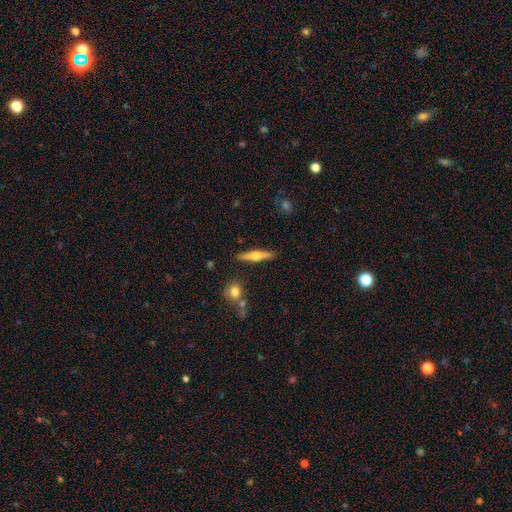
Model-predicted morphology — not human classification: The model was most divided on "smooth or featured": featured or disk: 57%, smooth: 37%, star or artifact: 6%. More confident: edge-on disk — yes (96%); edge-on bulge — rounded (90%); merging — none (88%).